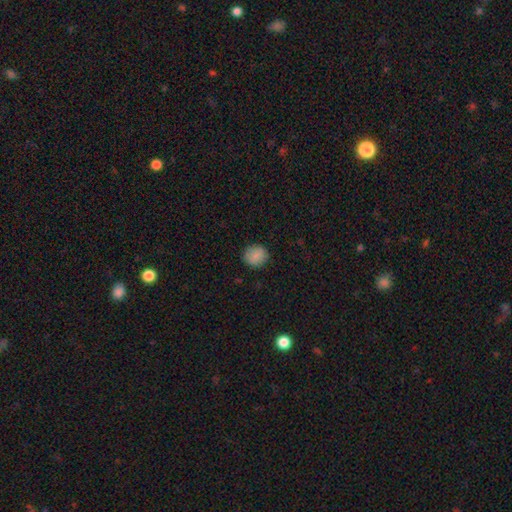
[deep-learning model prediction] A smooth galaxy with no disk features (88%) that is round (84%).

Vote fractions:
- Smooth or featured? smooth: 88% / star or artifact: 9% / featured or disk: 4%
- How rounded? round: 84% / in between: 15% / cigar-shaped: 1%
- Merging? none: 89% / minor disturbance: 8% / major disturbance: 2% / merger: 1%